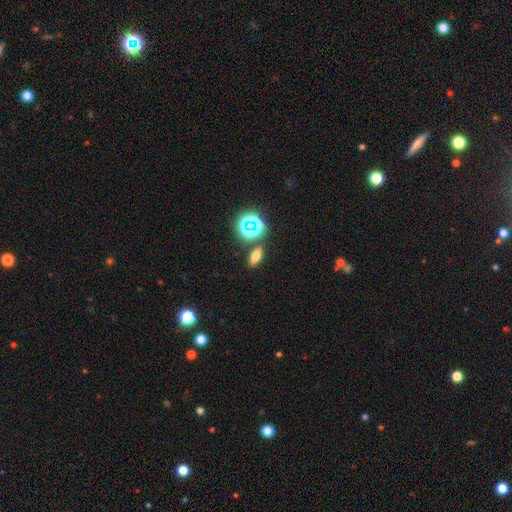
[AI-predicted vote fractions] smooth 65%, star or artifact 23%, featured or disk 13%. Down the decision tree: how rounded — in between (71%); merging — none (83%).